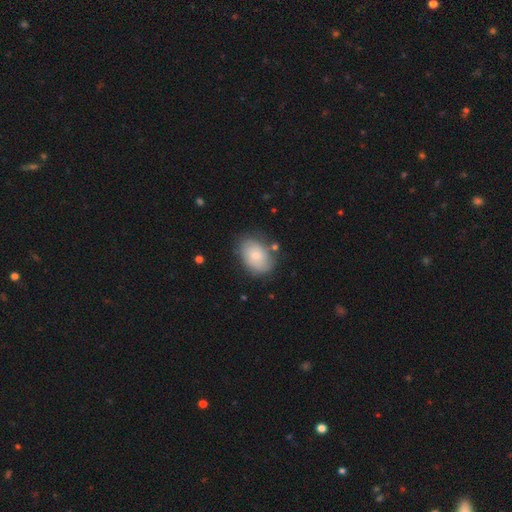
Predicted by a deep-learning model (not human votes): The model was most divided on "smooth or featured": smooth: 68%, featured or disk: 25%, star or artifact: 7%. More confident: how rounded — in between (77%); merging — none (71%).